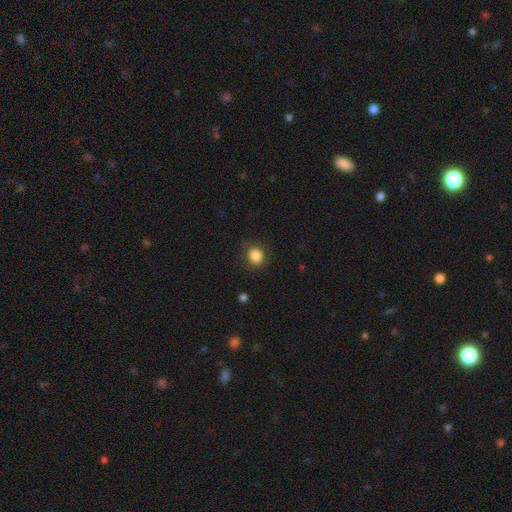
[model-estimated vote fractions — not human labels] This appears to be a smooth galaxy with no disk features (86%) that is round (81%). Merging: none (82%).